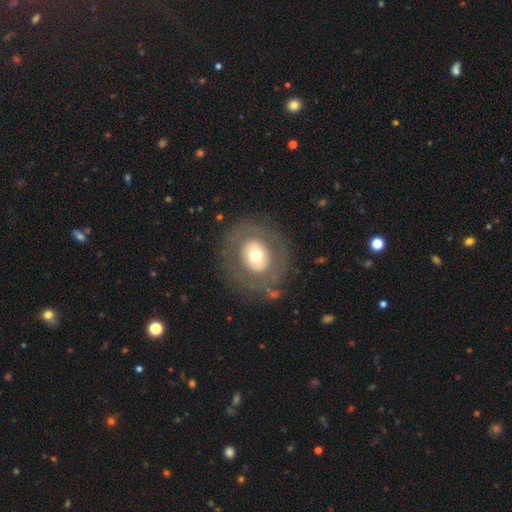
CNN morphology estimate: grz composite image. It shows a smooth galaxy with no disk features (50%) that is round (80%). Merging: none (80%).